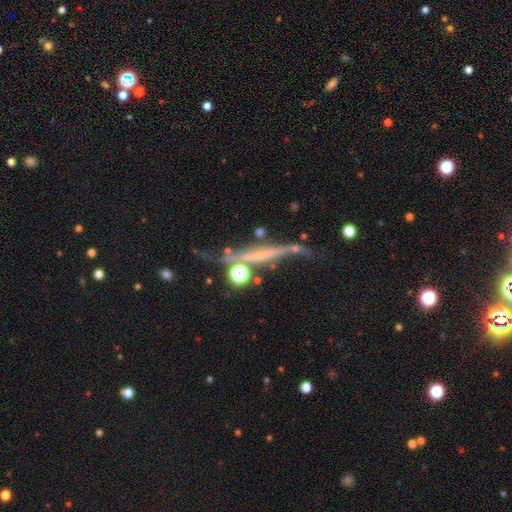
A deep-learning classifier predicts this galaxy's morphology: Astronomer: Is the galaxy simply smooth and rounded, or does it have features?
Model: featured or disk — 61%.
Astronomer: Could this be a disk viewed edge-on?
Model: yes — 86%.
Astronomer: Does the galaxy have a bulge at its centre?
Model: none — 71%.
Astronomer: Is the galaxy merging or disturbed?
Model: none — 51%.